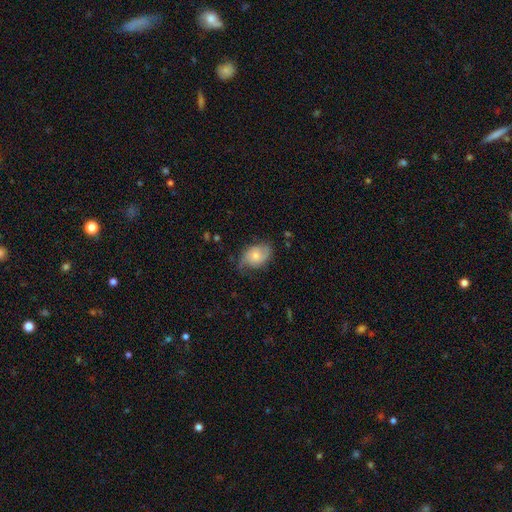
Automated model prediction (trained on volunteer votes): The model was most divided on "smooth or featured": featured or disk: 50%, smooth: 43%, star or artifact: 8%. More confident: merging — none (61%).